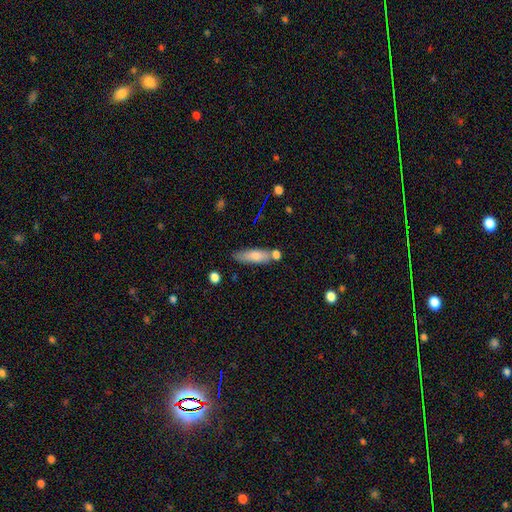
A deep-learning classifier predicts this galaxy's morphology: smooth_or_featured: smooth (p=0.70) [alt: featured or disk p=0.23]
how_rounded: cigar-shaped (p=0.58) [alt: in between p=0.40]
merging: none (p=0.67) [alt: minor disturbance p=0.17]